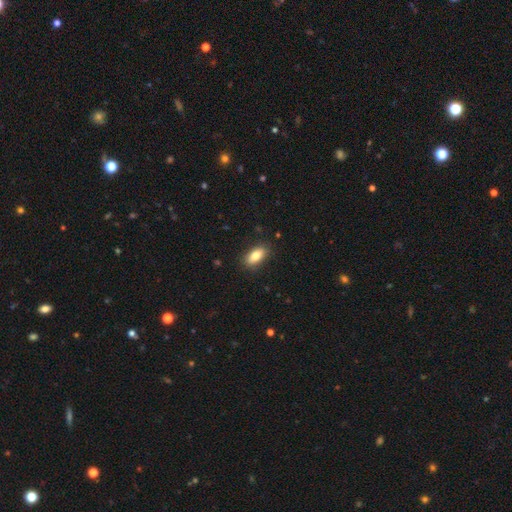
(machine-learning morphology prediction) Q: Smooth or featured?
A: smooth (82%); runner-up: featured or disk (10%)
Q: How rounded?
A: in between (87%); runner-up: cigar-shaped (8%)
Q: Merging?
A: none (86%); runner-up: minor disturbance (10%)